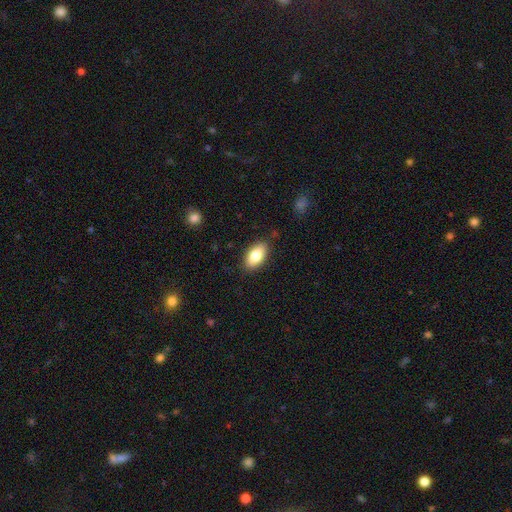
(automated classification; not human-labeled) The model was most divided on "smooth or featured": smooth: 83%, featured or disk: 11%, star or artifact: 7%. More confident: how rounded — in between (92%); merging — none (86%).